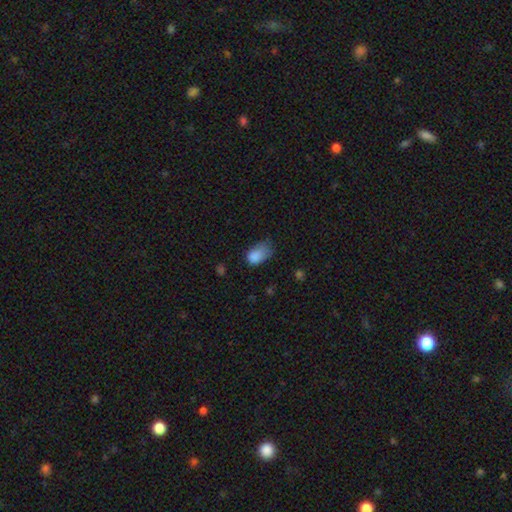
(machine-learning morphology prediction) smooth_or_featured: smooth (p=0.82) [alt: star or artifact p=0.10]
how_rounded: in between (p=0.85) [alt: round p=0.14]
merging: minor disturbance (p=0.41) [alt: major disturbance p=0.29]